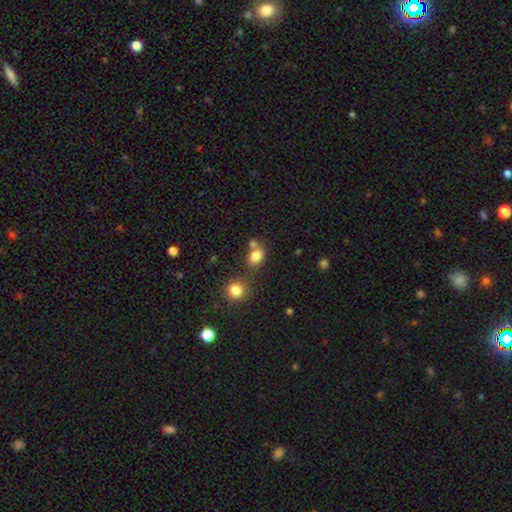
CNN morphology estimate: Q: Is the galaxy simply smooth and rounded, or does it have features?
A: smooth — 81%.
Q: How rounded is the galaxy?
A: in between — 62%.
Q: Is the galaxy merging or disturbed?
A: none — 53%.